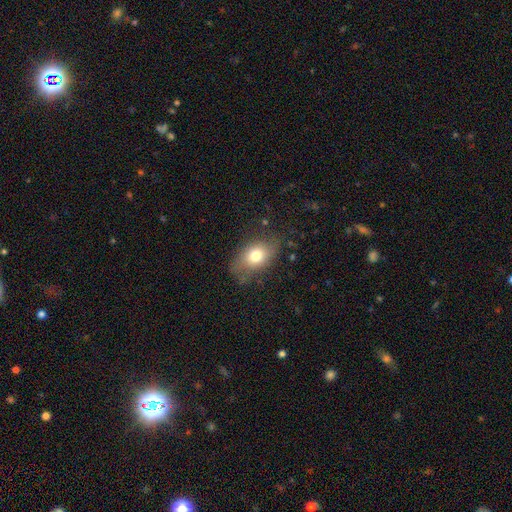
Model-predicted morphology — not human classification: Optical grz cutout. It shows a smooth galaxy with no disk features (72%) that is in between round and cigar-shaped (81%). Merging: none (68%).